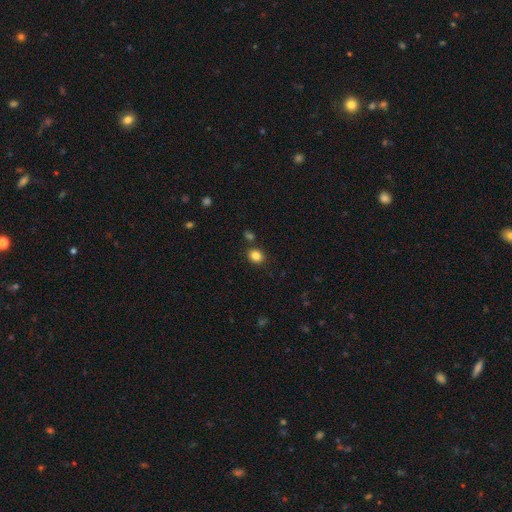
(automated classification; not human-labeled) smooth-or-featured: smooth: 84% | star or artifact: 11% | featured or disk: 5%
  how-rounded: round: 63% | in between: 36% | cigar-shaped: 1%
  merging: none: 83% | minor disturbance: 9% | merger: 5% | major disturbance: 3%